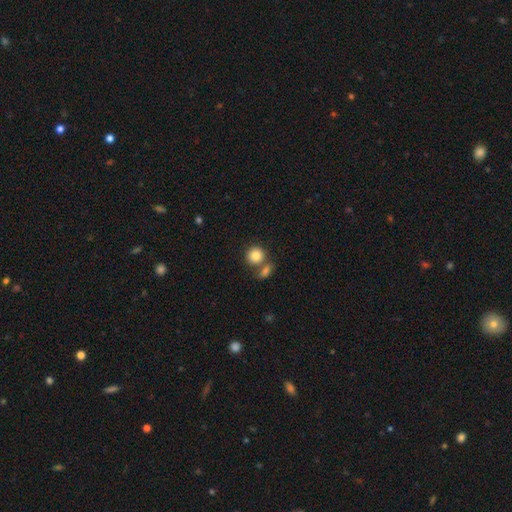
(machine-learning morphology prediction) Smooth or featured: smooth — 83% (featured or disk — 9%)
How rounded: round — 86% (in between — 13%)
Merging: none — 55% (merger — 33%)